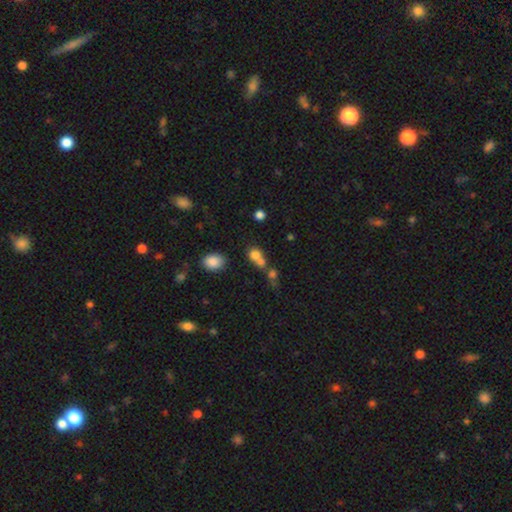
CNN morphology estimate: smooth_or_featured: smooth (p=0.74) [alt: star or artifact p=0.13]
how_rounded: round (p=0.66) [alt: in between p=0.32]
merging: merger (p=0.54) [alt: none p=0.32]